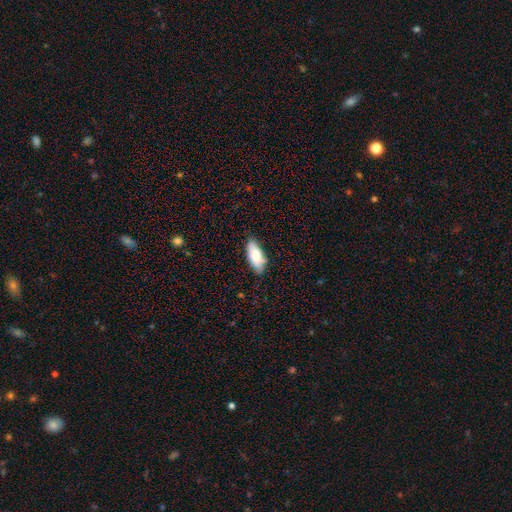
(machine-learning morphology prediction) smooth_or_featured: smooth (p=0.78) [alt: featured or disk p=0.16]
how_rounded: in between (p=0.83) [alt: cigar-shaped p=0.14]
merging: none (p=0.80) [alt: minor disturbance p=0.16]